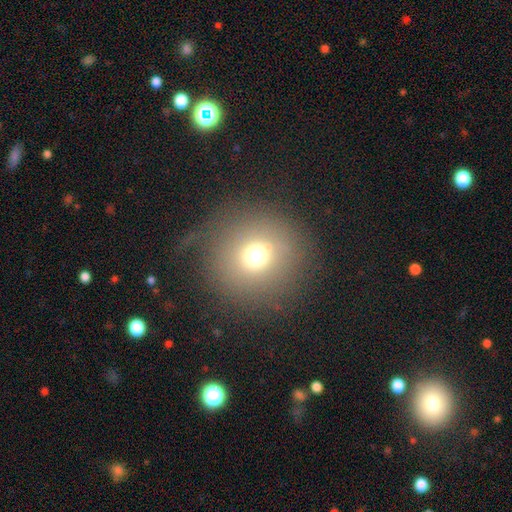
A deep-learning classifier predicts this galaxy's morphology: smooth 67%, star or artifact 19%, featured or disk 14%. Down the decision tree: how rounded — round (93%); merging — none (76%).